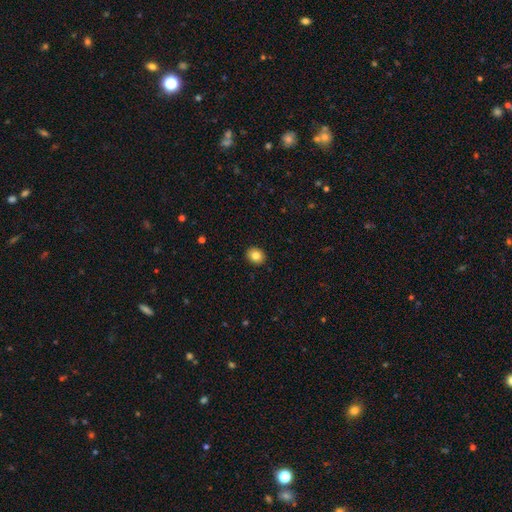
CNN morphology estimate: Smooth or featured: smooth — 82% (star or artifact — 10%)
How rounded: round — 71% (in between — 28%)
Merging: none — 92% (minor disturbance — 6%)